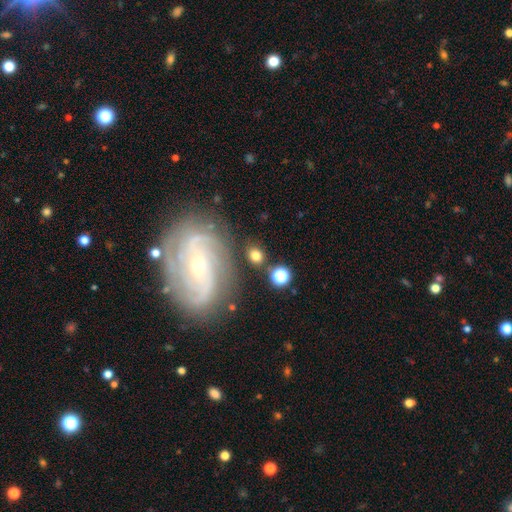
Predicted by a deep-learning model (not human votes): This is likely a smooth galaxy (68%). How rounded: possibly round (54%). Merging: clearly none (80%).